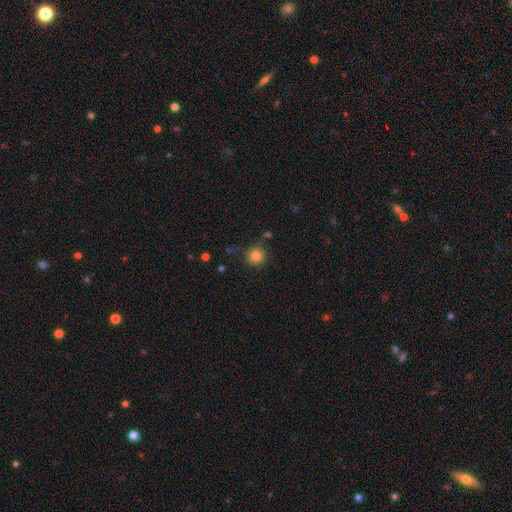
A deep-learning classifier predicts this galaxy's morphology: A smooth galaxy with no disk features (82%) that is round (94%).

Vote fractions:
- Smooth or featured? smooth: 82% / star or artifact: 12% / featured or disk: 6%
- How rounded? round: 94% / in between: 5% / cigar-shaped: 1%
- Merging? none: 84% / minor disturbance: 10% / merger: 3% / major disturbance: 3%